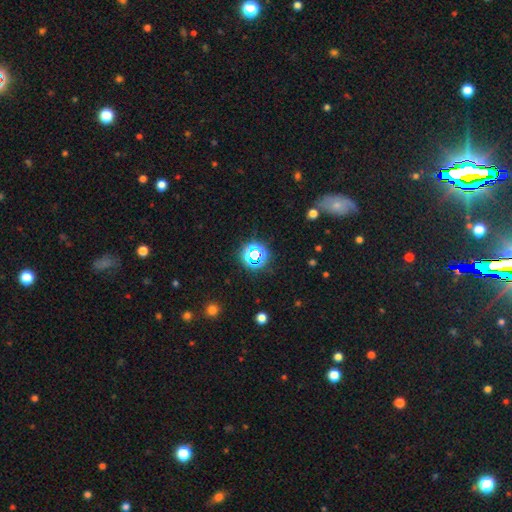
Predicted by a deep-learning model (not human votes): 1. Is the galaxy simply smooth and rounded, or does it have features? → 66% star or artifact, 24% smooth, 10% featured or disk.